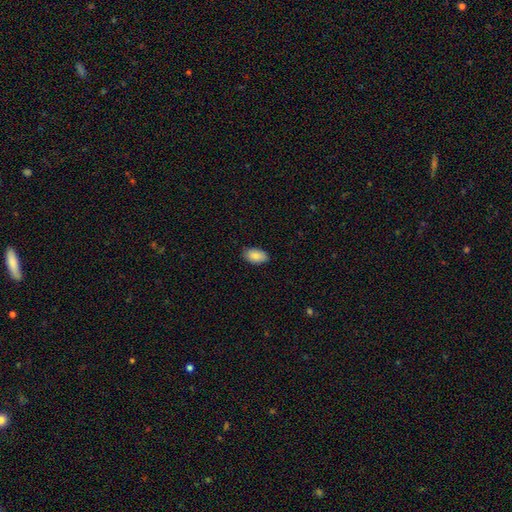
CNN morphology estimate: This appears to be a smooth galaxy with no disk features (88%) that is in between round and cigar-shaped (95%). Merging: none (87%).